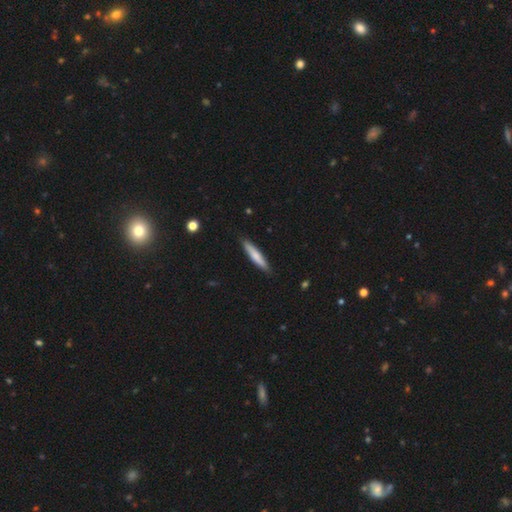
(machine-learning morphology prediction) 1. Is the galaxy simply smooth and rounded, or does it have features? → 71% smooth, 24% featured or disk, 5% star or artifact.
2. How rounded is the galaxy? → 88% cigar-shaped, 10% in between, 1% round.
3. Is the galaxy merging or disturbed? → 88% none, 10% minor disturbance, 2% major disturbance, 1% merger.